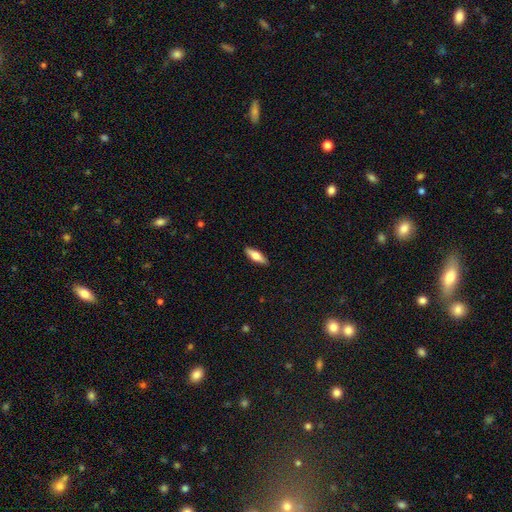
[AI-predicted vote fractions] A smooth galaxy with no disk features (60%) that is in between round and cigar-shaped (51%).

Vote fractions:
- Smooth or featured? smooth: 60% / featured or disk: 34% / star or artifact: 6%
- How rounded? in between: 51% / cigar-shaped: 46% / round: 2%
- Merging? none: 90% / minor disturbance: 7% / major disturbance: 2% / merger: 1%